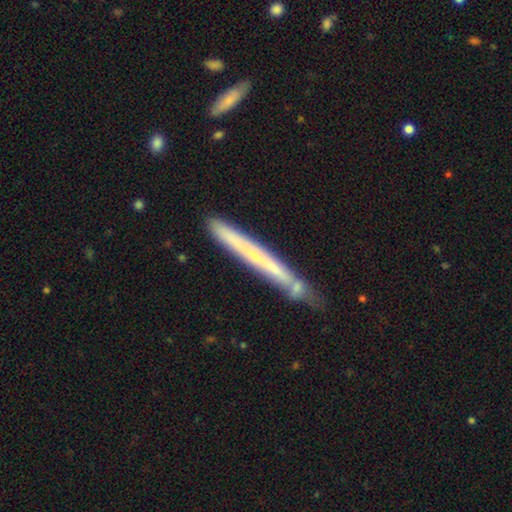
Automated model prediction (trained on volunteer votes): Smooth or featured: featured or disk — 62% (smooth — 32%)
Edge-on disk: yes — 92% (no — 8%)
Edge-on bulge: none — 61% (rounded — 36%)
Merging: none — 72% (minor disturbance — 17%)